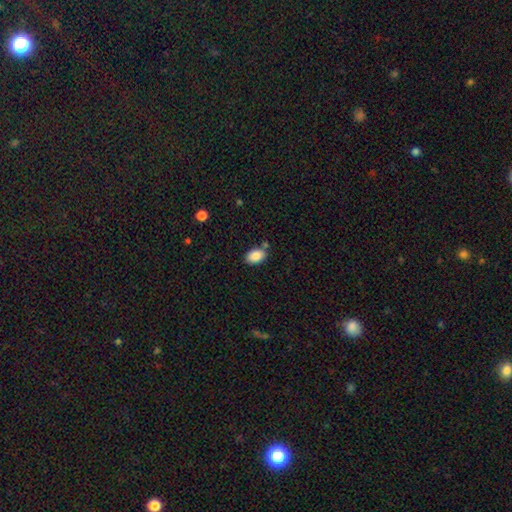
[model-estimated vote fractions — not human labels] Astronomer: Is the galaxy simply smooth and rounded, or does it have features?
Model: smooth — 87%.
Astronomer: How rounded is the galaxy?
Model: in between — 89%.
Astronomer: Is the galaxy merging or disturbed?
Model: none — 76%.